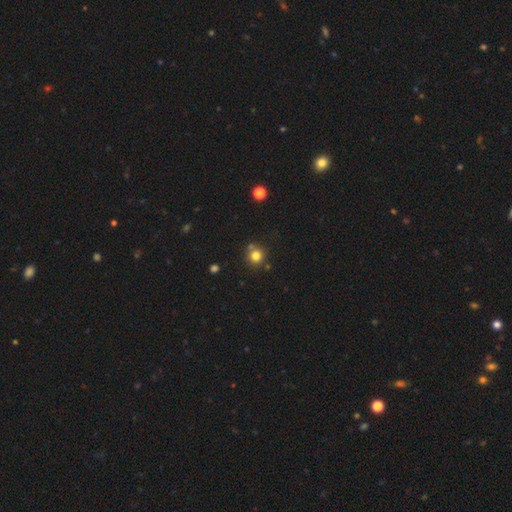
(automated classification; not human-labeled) The model was most divided on "merging": none: 76%, merger: 12%, minor disturbance: 9%, major disturbance: 3%. More confident: how rounded — round (92%); smooth or featured — smooth (79%).